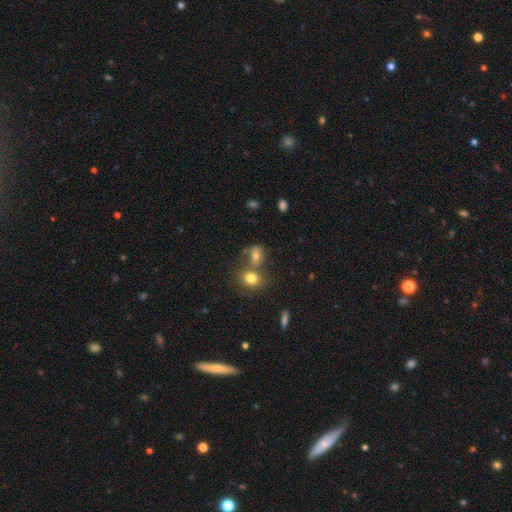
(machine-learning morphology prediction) This is likely a smooth galaxy (70%). How rounded: possibly in between (55%). Merging: marginally none (40%, tied with merger).